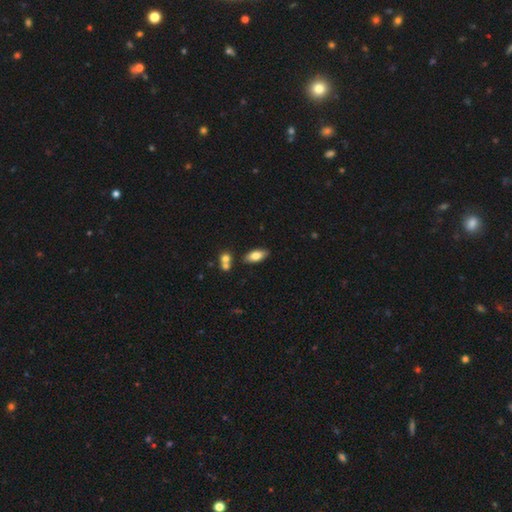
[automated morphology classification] smooth 76%, featured or disk 17%, star or artifact 7%. Down the decision tree: how rounded — in between (87%); merging — none (80%).